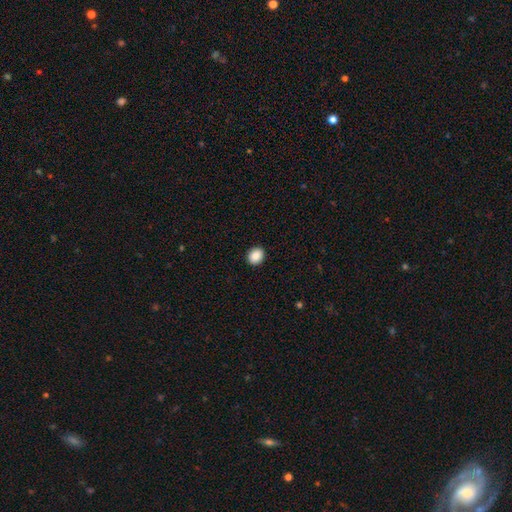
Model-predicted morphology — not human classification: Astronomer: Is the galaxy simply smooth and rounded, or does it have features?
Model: smooth — 88%.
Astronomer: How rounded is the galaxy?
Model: round — 64%.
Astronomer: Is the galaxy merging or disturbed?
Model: none — 92%.